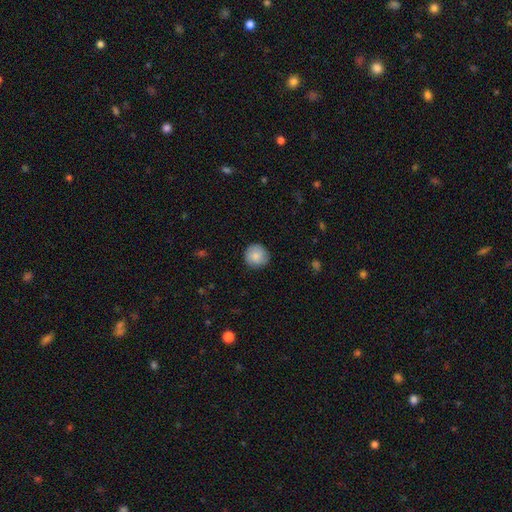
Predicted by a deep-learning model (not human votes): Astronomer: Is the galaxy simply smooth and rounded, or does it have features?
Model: smooth — 84%.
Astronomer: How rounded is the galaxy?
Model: round — 94%.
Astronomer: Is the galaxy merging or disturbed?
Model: none — 88%.